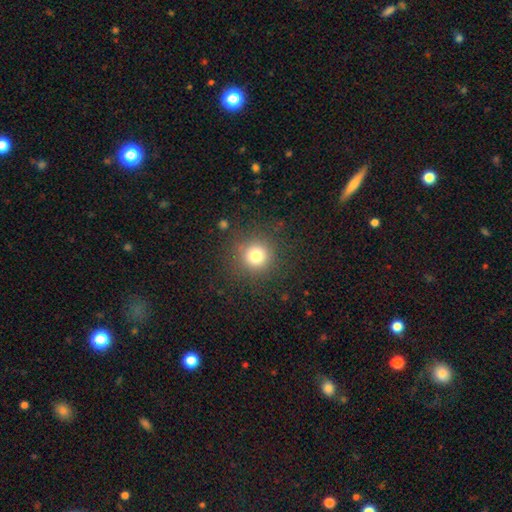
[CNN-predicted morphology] smooth 77%, star or artifact 15%, featured or disk 8%. Down the decision tree: how rounded — round (94%); merging — none (87%).